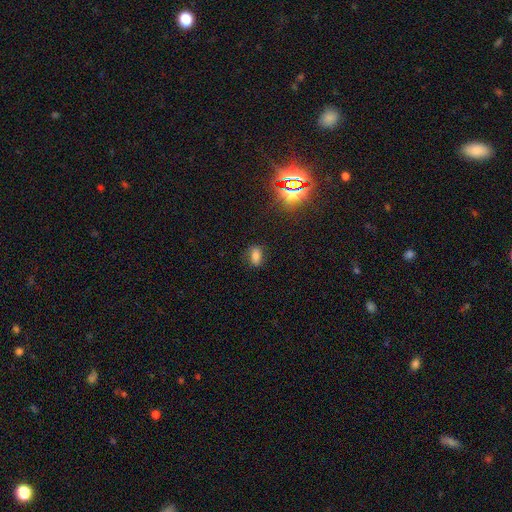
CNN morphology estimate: Smooth or featured? smooth (69%)
How rounded? in between (82%)
Merging? none (74%)